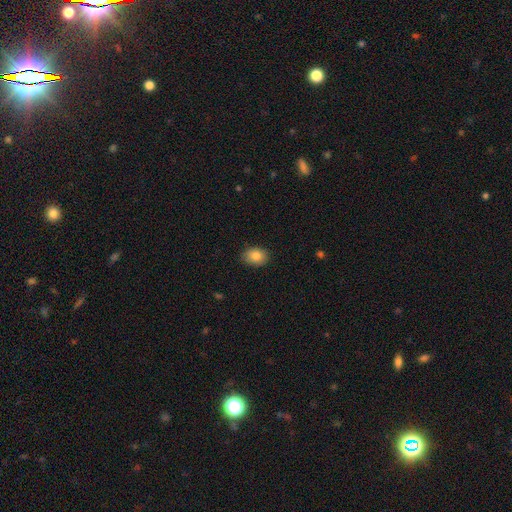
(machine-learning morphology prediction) smooth 85%, star or artifact 8%, featured or disk 7%. Down the decision tree: how rounded — in between (73%); merging — none (87%).